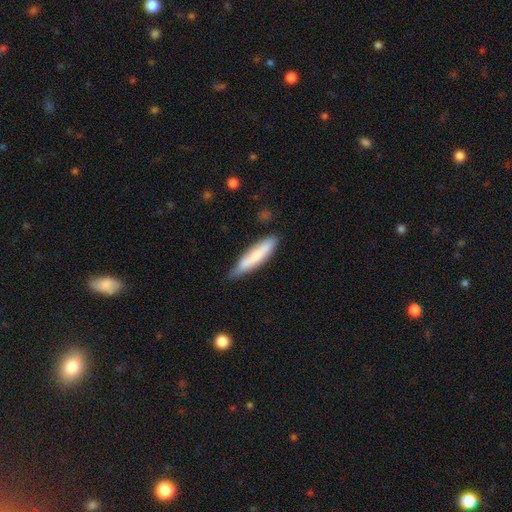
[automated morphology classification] smooth 73%, featured or disk 21%, star or artifact 6%. Down the decision tree: how rounded — cigar-shaped (80%); merging — none (72%).